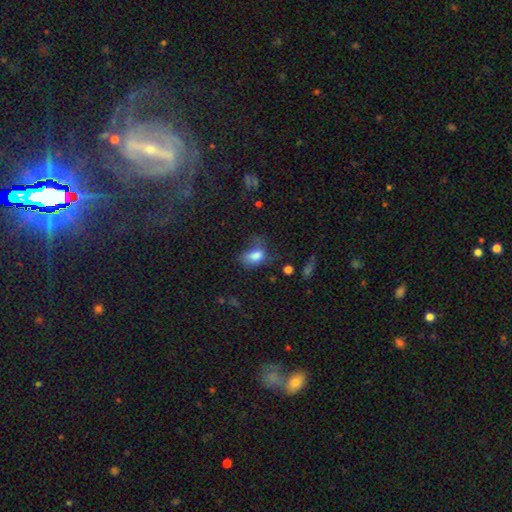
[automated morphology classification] smooth-or-featured: smooth: 72% | featured or disk: 16% | star or artifact: 12%
  how-rounded: in between: 83% | round: 14% | cigar-shaped: 3%
  merging: major disturbance: 34% | none: 32% | minor disturbance: 30% | merger: 4%